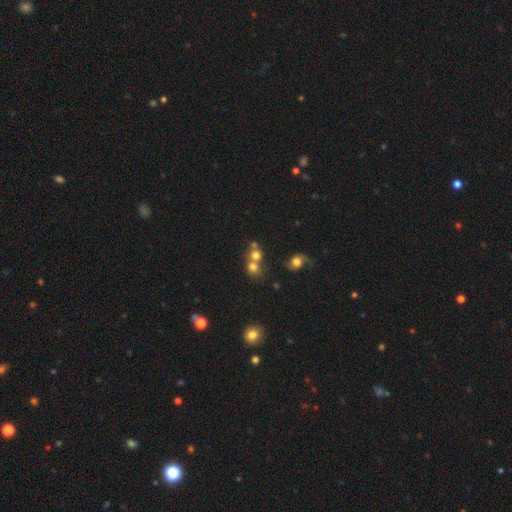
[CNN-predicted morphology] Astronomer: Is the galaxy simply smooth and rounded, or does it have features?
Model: smooth — 70%.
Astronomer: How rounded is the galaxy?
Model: round — 81%.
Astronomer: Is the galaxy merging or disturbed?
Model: merger — 51% (runner-up: none, 39%).